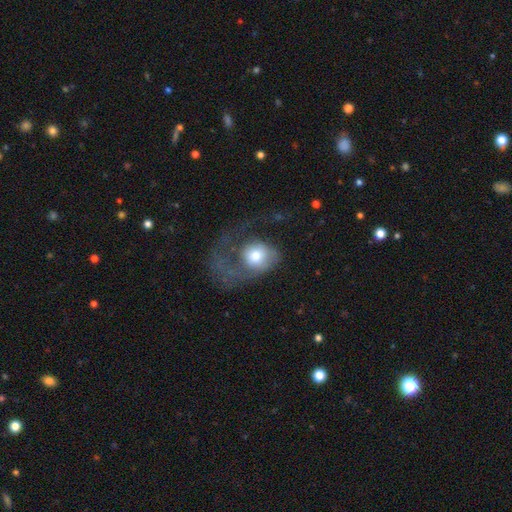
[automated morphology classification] Smooth or featured: smooth — 52% (featured or disk — 40%)
How rounded: round — 62% (in between — 37%)
Merging: major disturbance — 66% (none — 19%)